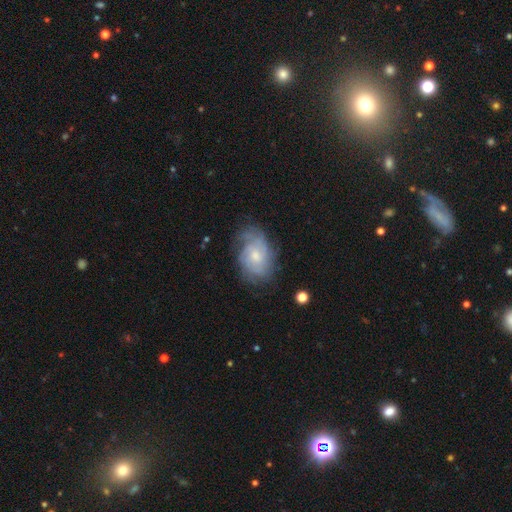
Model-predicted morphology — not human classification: Smooth or featured? featured or disk (71%)
Edge-on disk? no (96%)
Bar? no (72%)
Spiral arms? yes (88%)
Spiral winding? tight (57%)
Spiral arm count? can't tell (51%)
Bulge size? moderate (50%)
Merging? none (64%)